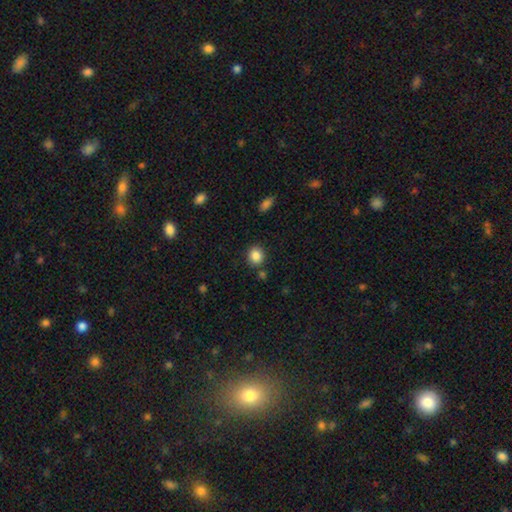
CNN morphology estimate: A smooth galaxy with no disk features (86%) that is round (76%).

Vote fractions:
- Smooth or featured? smooth: 86% / star or artifact: 9% / featured or disk: 4%
- How rounded? round: 76% / in between: 24% / cigar-shaped: 1%
- Merging? none: 83% / minor disturbance: 9% / merger: 6% / major disturbance: 3%